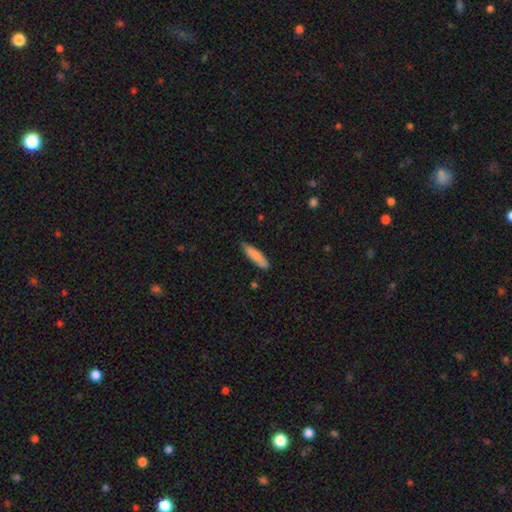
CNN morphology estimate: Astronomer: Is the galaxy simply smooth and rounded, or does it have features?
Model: smooth — 84%.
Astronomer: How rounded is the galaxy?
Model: cigar-shaped — 65%.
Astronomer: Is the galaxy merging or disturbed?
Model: none — 78%.